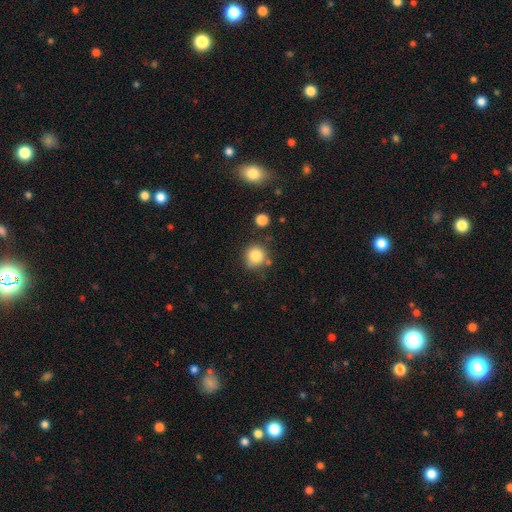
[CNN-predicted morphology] smooth_or_featured: smooth (p=0.83) [alt: star or artifact p=0.10]
how_rounded: round (p=0.89) [alt: in between p=0.10]
merging: none (p=0.74) [alt: minor disturbance p=0.15]